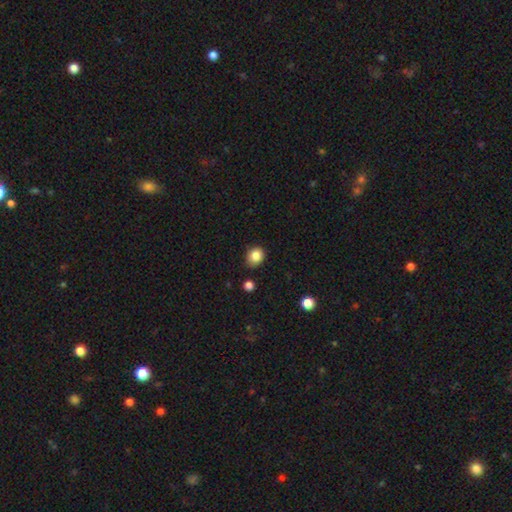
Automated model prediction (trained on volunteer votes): Morphology: type=smooth (84%); roundness=round (64%); merging=none (78%).